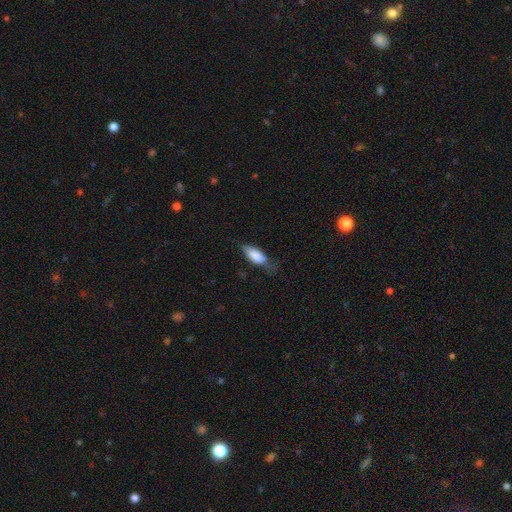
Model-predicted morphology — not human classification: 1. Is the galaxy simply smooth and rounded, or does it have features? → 77% smooth, 17% featured or disk, 7% star or artifact.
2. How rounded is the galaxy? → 78% in between, 19% cigar-shaped, 3% round.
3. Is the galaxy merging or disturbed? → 50% none, 34% minor disturbance, 14% major disturbance, 2% merger.